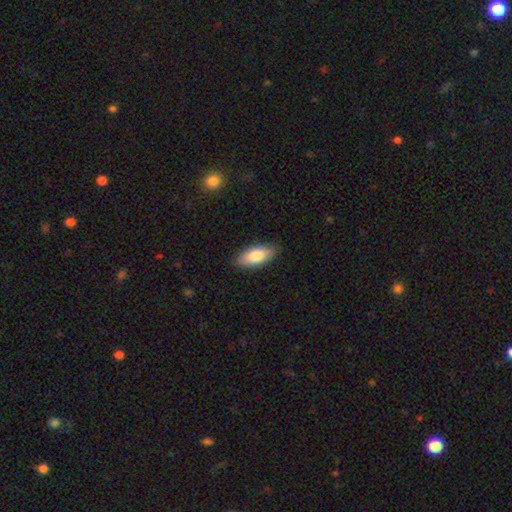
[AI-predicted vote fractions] Q: Smooth or featured?
A: smooth (81%); runner-up: featured or disk (13%)
Q: How rounded?
A: in between (84%); runner-up: cigar-shaped (13%)
Q: Merging?
A: none (86%); runner-up: minor disturbance (11%)